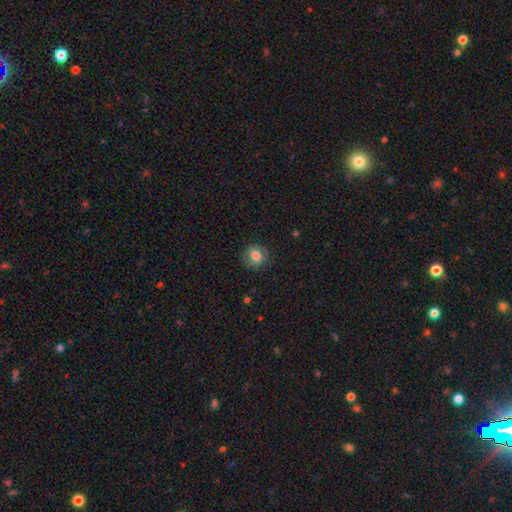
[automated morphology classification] Smooth or featured? smooth (76%)
How rounded? round (74%)
Merging? none (81%)